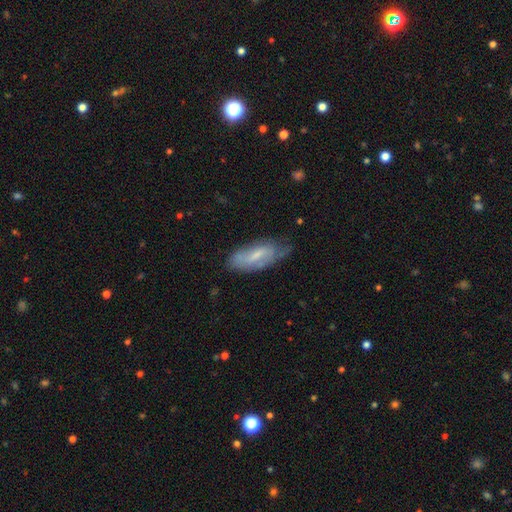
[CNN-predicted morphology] Q: Smooth or featured?
A: featured or disk (49%); runner-up: smooth (43%)
Q: Merging?
A: none (56%); runner-up: minor disturbance (32%)